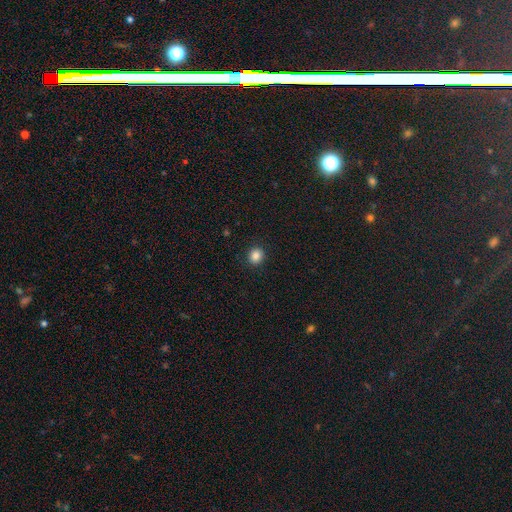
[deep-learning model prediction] Smooth or featured?
  - smooth: 85% *
  - star or artifact: 11%
  - featured or disk: 4%
How rounded?
  - round: 81% *
  - in between: 18%
  - cigar-shaped: 1%
Merging?
  - none: 91% *
  - minor disturbance: 6%
  - major disturbance: 2%
  - merger: 1%